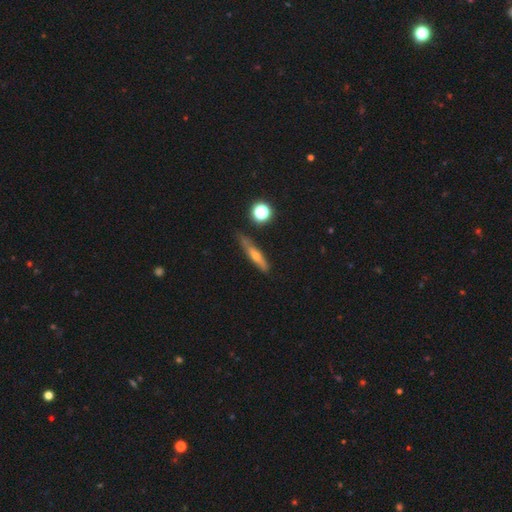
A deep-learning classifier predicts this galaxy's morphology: This is possibly a featured or disk galaxy (50%). Merging: likely none (80%).